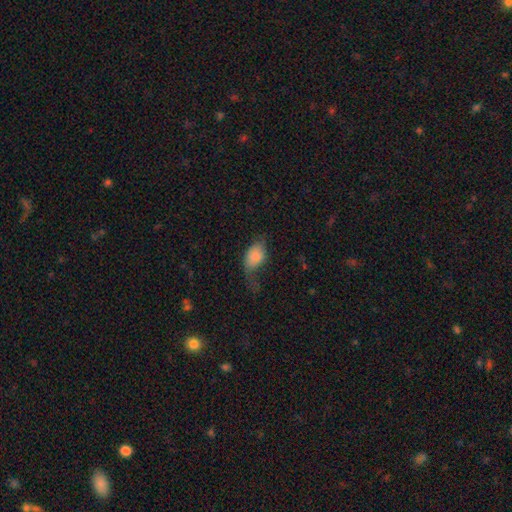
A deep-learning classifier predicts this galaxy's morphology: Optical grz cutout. It shows a smooth galaxy with no disk features (78%) that is in between round and cigar-shaped (89%). Merging: major disturbance (45%).